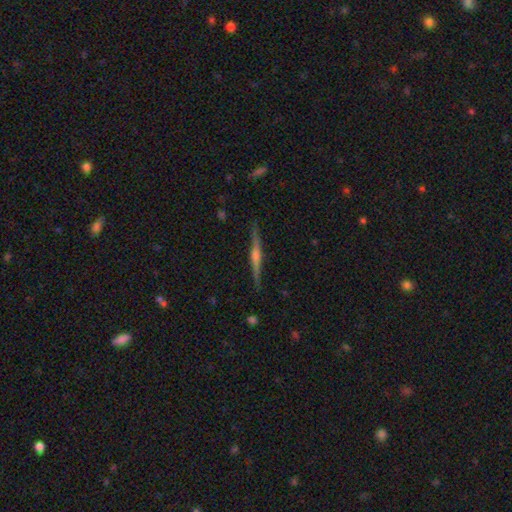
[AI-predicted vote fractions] The model was most divided on "smooth or featured": featured or disk: 82%, smooth: 12%, star or artifact: 6%. More confident: edge-on disk — yes (98%); merging — none (90%); edge-on bulge — rounded (84%).